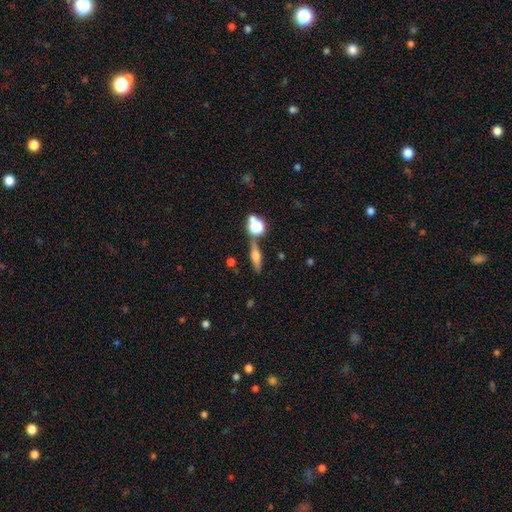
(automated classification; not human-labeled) A featured or disk galaxy (55%) viewed edge-on (93%) with a rounded central bulge (89%). Merging: none (76%).